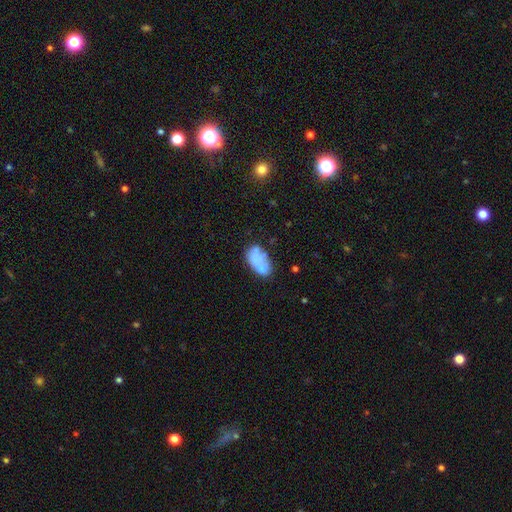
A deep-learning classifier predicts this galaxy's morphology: Overall: smooth (59%; featured or disk 32%). How rounded: in between (90%). Merging: none (38%; merger 26%).